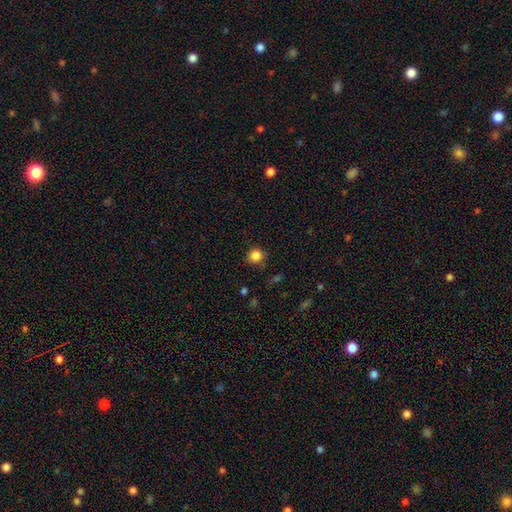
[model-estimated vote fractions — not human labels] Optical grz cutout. It shows a smooth galaxy with no disk features (85%) that is round (87%). Merging: none (82%).